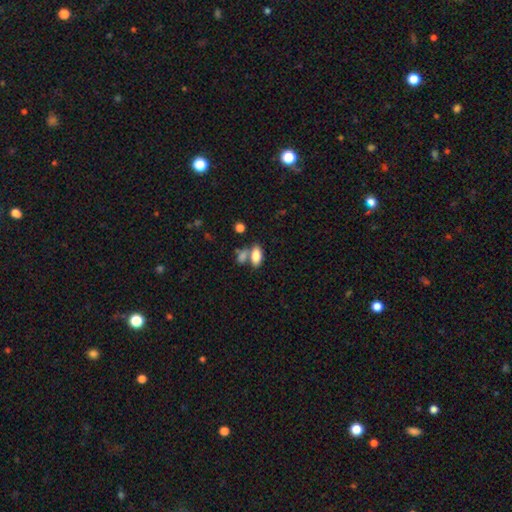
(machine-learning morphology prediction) Smooth or featured: smooth — 82% (featured or disk — 10%)
How rounded: in between — 89% (cigar-shaped — 6%)
Merging: none — 53% (merger — 31%)